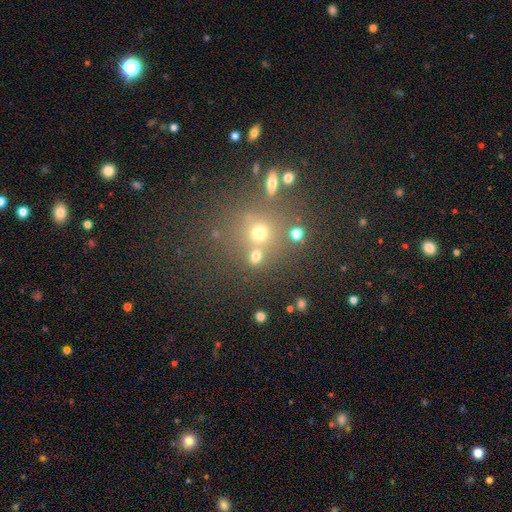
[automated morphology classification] Overall: smooth (68%). How rounded: round (78%). Merging: none (61%; merger 25%).